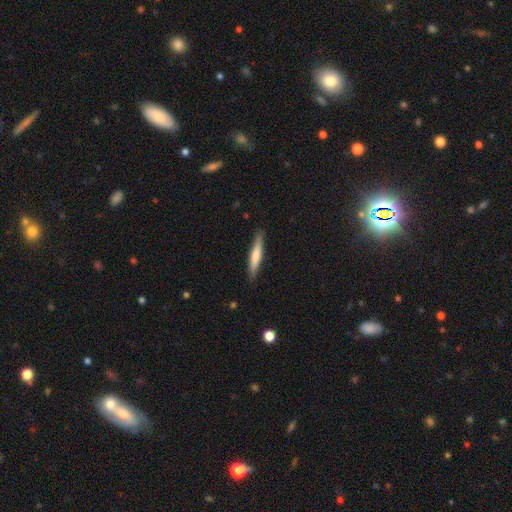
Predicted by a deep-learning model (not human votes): smooth 66%, featured or disk 29%, star or artifact 5%. Down the decision tree: how rounded — cigar-shaped (92%); merging — none (88%).